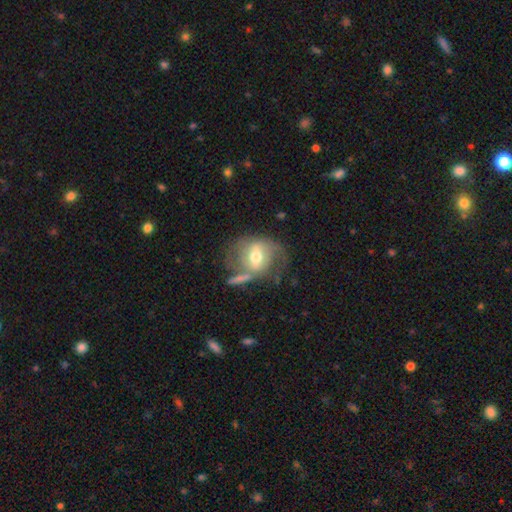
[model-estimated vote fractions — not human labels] A featured or disk galaxy (64%) with a weak bar (45%), spiral arms (73%) and a moderate central bulge (69%). Merging: none (48%).